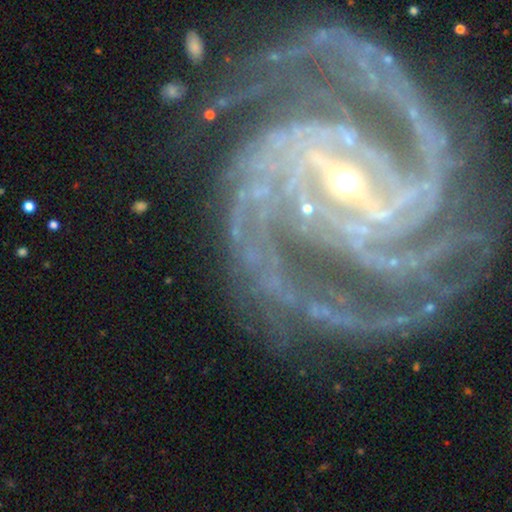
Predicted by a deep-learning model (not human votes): Smooth or featured: featured or disk — 84% (star or artifact — 10%)
Edge-on disk: no — 94% (yes — 6%)
Bar: strong — 57% (weak — 24%)
Spiral arms: yes — 93% (no — 7%)
Spiral winding: tight — 54% (medium — 32%)
Spiral arm count: 2 — 30% (can't tell — 22%)
Bulge size: small — 51% (moderate — 40%)
Merging: none — 63% (major disturbance — 17%)